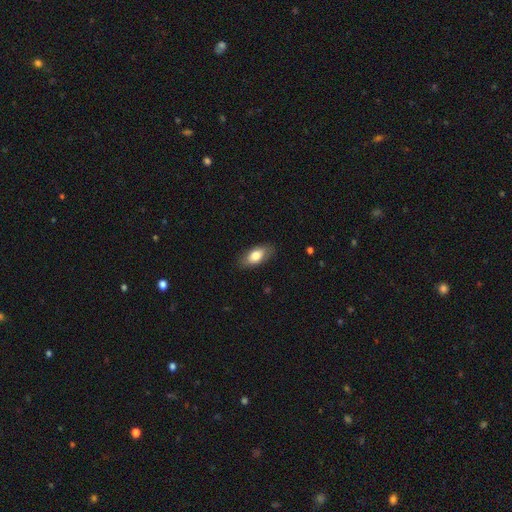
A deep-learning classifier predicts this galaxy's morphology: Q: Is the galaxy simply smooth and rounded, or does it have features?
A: smooth — 77%.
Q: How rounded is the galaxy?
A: in between — 89%.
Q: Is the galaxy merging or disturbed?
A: none — 84%.